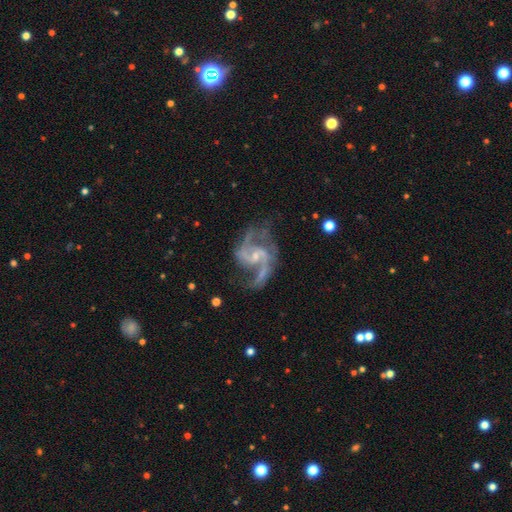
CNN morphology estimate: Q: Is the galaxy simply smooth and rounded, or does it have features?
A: featured or disk — 92%.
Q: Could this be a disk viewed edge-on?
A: no — 98%.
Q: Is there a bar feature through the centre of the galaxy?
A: weak — 45%.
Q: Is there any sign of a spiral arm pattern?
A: yes — 98%.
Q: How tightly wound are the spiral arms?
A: medium — 57%.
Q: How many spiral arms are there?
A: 2 — 83%.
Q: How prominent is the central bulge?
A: small — 69%.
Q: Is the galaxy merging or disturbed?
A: none — 63%.